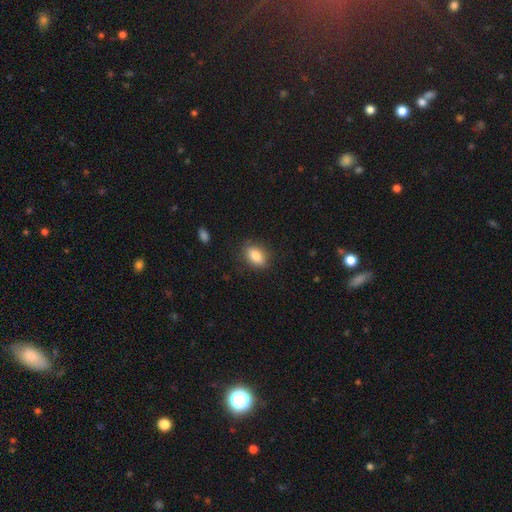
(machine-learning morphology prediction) Smooth or featured? Predicted: smooth (p=0.84). How rounded? Predicted: in between (p=0.86). Merging? Predicted: none (p=0.83).